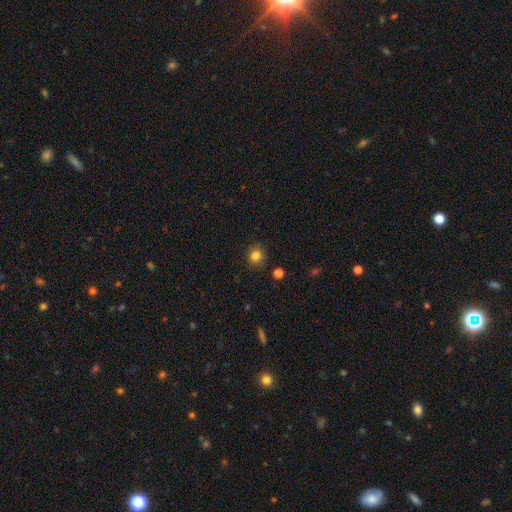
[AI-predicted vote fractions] This is clearly a smooth galaxy (83%). How rounded: clearly round (81%). Merging: clearly none (87%).